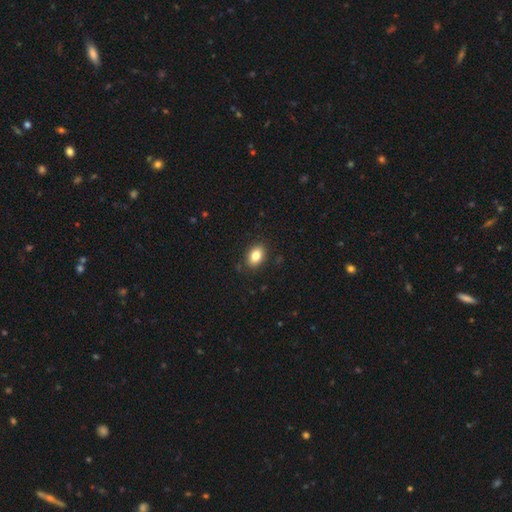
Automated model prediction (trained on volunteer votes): Smooth or featured: smooth — 83% (star or artifact — 9%)
How rounded: in between — 81% (round — 18%)
Merging: none — 88% (minor disturbance — 9%)